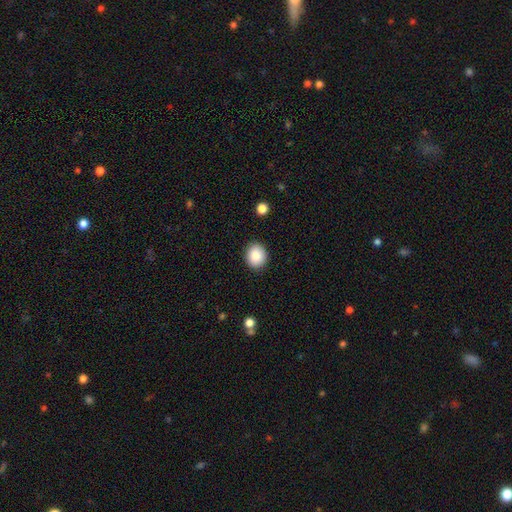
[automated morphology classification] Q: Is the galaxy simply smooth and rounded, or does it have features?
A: smooth — 87%.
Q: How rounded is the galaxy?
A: round — 72%.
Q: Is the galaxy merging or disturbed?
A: none — 90%.